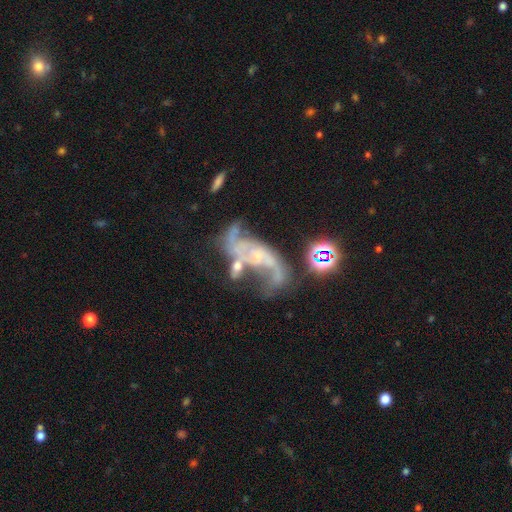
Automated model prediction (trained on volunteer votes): featured or disk 78%, star or artifact 13%, smooth 9%. Down the decision tree: edge-on disk — no (95%); bar — no (58%); spiral arms — yes (83%); spiral arm count — 2 (68%); spiral winding — loose (68%); bulge size — small (50%); merging — major disturbance (30%, tied with merger).